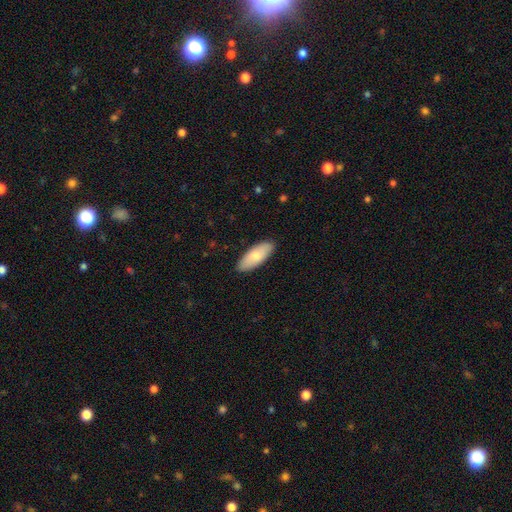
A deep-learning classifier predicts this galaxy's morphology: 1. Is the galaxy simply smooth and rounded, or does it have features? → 78% smooth, 17% featured or disk, 5% star or artifact.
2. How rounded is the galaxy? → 80% in between, 18% cigar-shaped, 2% round.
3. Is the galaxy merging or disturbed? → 88% none, 9% minor disturbance, 2% major disturbance, 1% merger.